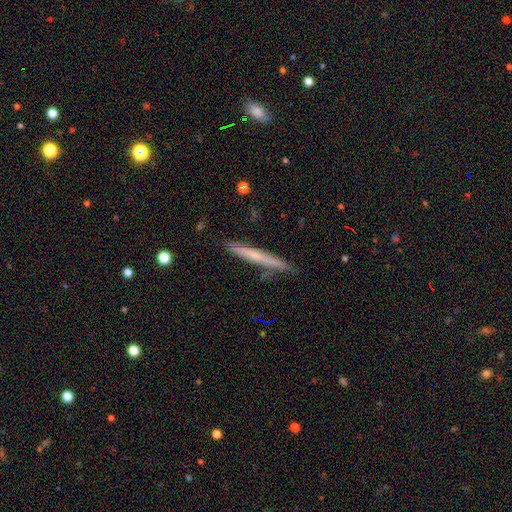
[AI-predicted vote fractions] Q: Smooth or featured?
A: smooth (50%); runner-up: featured or disk (44%)
Q: How rounded?
A: cigar-shaped (96%); runner-up: in between (2%)
Q: Merging?
A: none (86%); runner-up: minor disturbance (10%)